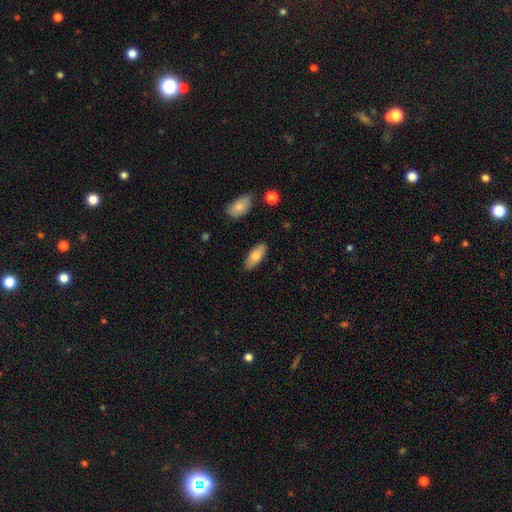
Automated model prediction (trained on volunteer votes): This is likely a smooth galaxy (76%). How rounded: clearly in between (82%). Merging: clearly none (86%).